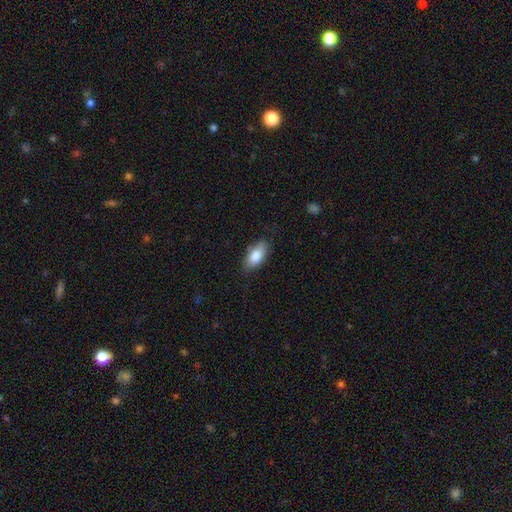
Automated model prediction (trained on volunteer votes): smooth 84%, featured or disk 10%, star or artifact 7%. Down the decision tree: how rounded — in between (88%); merging — none (78%).